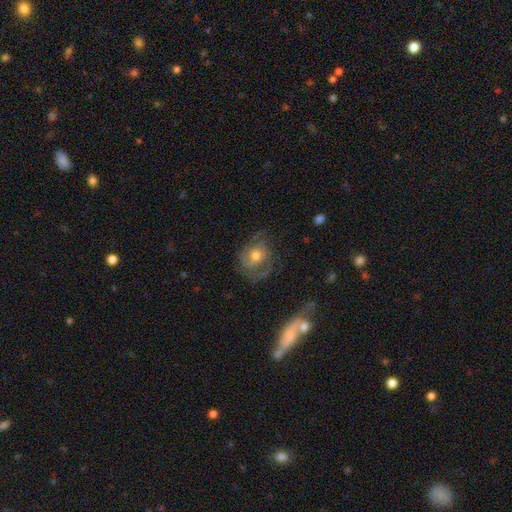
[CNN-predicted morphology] Q: Smooth or featured?
A: featured or disk (68%); runner-up: smooth (24%)
Q: Edge-on disk?
A: no (97%); runner-up: yes (3%)
Q: Bar?
A: no (77%); runner-up: weak (20%)
Q: Spiral arms?
A: yes (86%); runner-up: no (14%)
Q: Spiral winding?
A: medium (44%); runner-up: tight (35%)
Q: Spiral arm count?
A: 2 (51%); runner-up: can't tell (22%)
Q: Bulge size?
A: moderate (69%); runner-up: small (19%)
Q: Merging?
A: none (57%); runner-up: minor disturbance (22%)